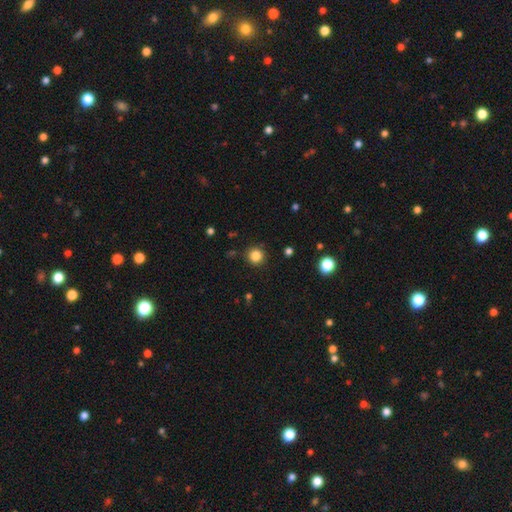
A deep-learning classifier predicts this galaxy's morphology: Overall: smooth (84%). How rounded: round (94%). Merging: none (89%).